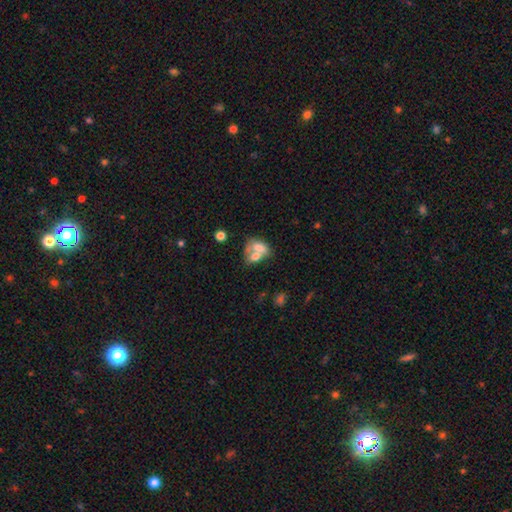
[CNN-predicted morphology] Smooth or featured? Predicted: smooth (p=0.65). How rounded? Predicted: in between (p=0.78). Merging? Predicted: merger (p=0.66).